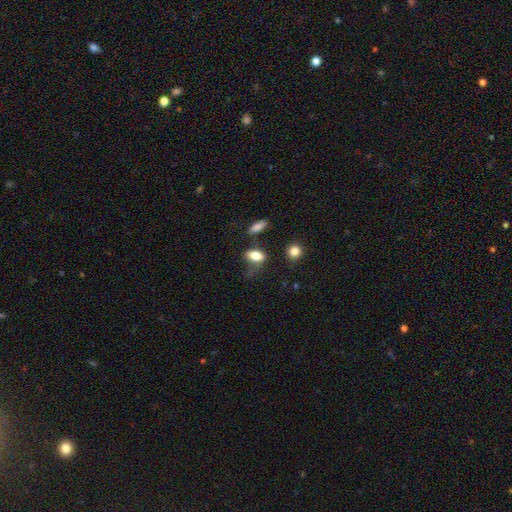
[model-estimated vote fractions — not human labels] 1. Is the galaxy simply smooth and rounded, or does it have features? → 80% smooth, 11% featured or disk, 9% star or artifact.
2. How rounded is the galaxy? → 82% in between, 12% round, 6% cigar-shaped.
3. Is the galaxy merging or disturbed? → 42% none, 28% minor disturbance, 22% major disturbance, 8% merger.